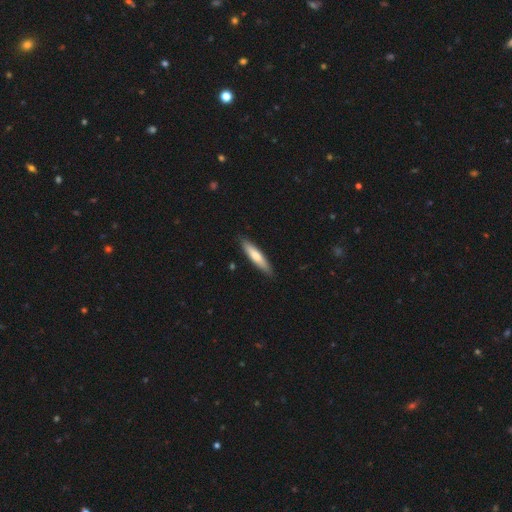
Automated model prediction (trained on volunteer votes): The model was most divided on "smooth or featured": smooth: 68%, featured or disk: 27%, star or artifact: 5%. More confident: merging — none (88%); how rounded — cigar-shaped (84%).